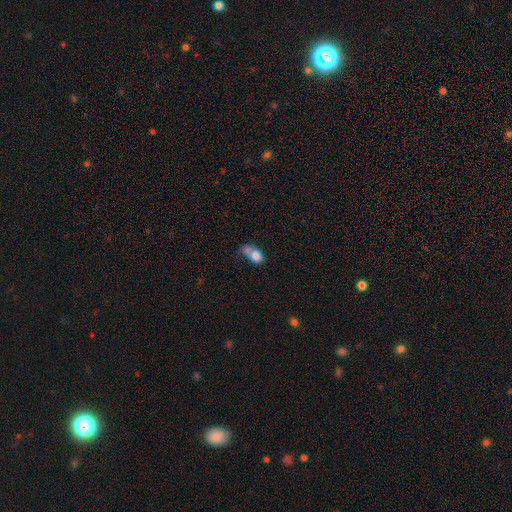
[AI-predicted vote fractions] Smooth or featured? smooth (74%)
How rounded? in between (76%)
Merging? merger (35%)